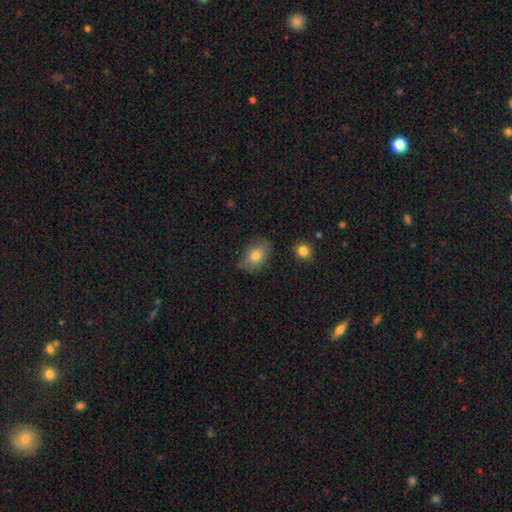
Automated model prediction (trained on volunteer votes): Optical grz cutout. It shows a smooth galaxy with no disk features (76%) that is in between round and cigar-shaped (82%). Merging: none (70%).